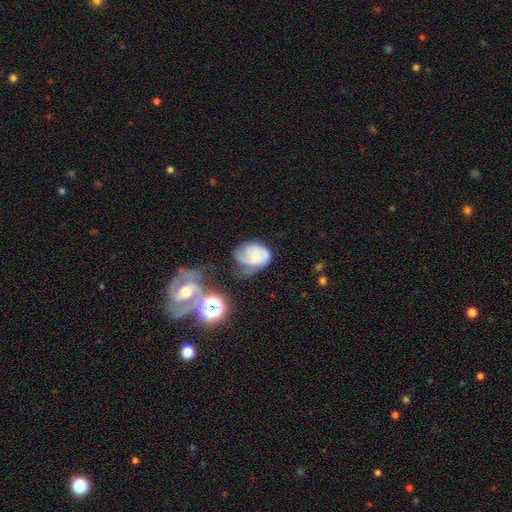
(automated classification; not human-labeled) Smooth or featured: featured or disk — 57% (smooth — 33%)
Edge-on disk: no — 98% (yes — 2%)
Bar: no — 74% (weak — 22%)
Spiral arms: yes — 82% (no — 18%)
Bulge size: none — 40% (small — 32%)
Merging: minor disturbance — 31% (tied with none — 31%; major disturbance — 31%)